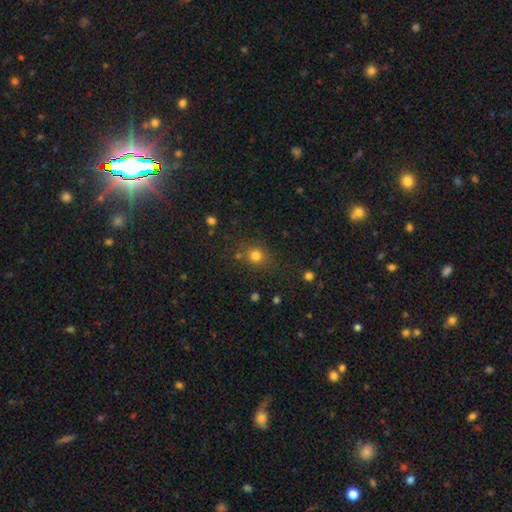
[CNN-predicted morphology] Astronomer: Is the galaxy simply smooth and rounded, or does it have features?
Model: smooth — 79%.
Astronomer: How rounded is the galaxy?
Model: round — 80%.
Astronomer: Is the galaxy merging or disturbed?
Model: none — 77%.